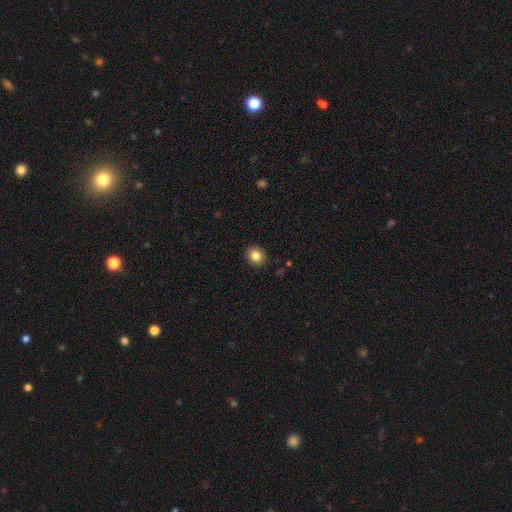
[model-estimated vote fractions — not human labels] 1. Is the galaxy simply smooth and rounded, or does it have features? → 84% smooth, 10% star or artifact, 6% featured or disk.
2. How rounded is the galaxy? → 77% round, 22% in between, 1% cigar-shaped.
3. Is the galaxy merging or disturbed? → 91% none, 6% minor disturbance, 2% major disturbance, 1% merger.